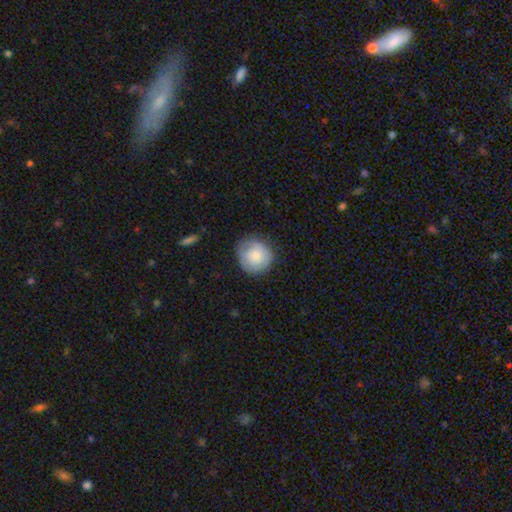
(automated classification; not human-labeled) A smooth galaxy with no disk features (81%) that is round (90%). Merging: none (78%).